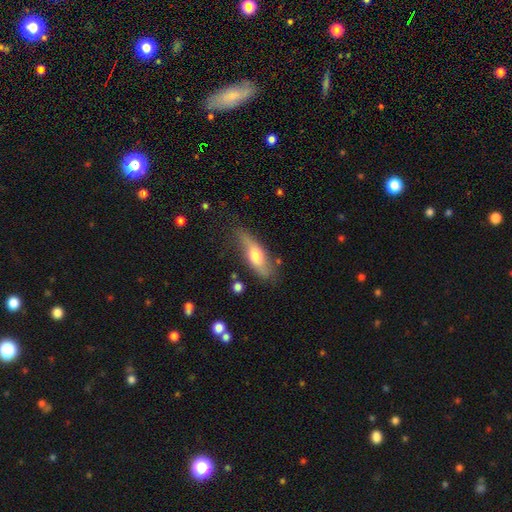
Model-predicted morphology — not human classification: smooth-or-featured: smooth: 55% | featured or disk: 39% | star or artifact: 6%
  how-rounded: in between: 53% | cigar-shaped: 44% | round: 3%
  merging: none: 66% | minor disturbance: 24% | major disturbance: 7% | merger: 3%